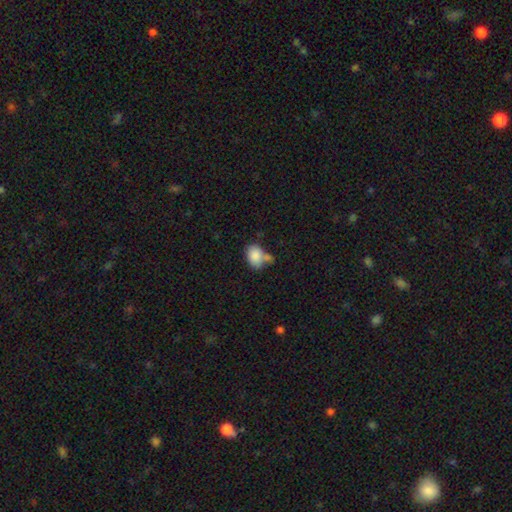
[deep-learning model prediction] This is clearly a smooth galaxy (84%). How rounded: likely in between (75%). Merging: marginally none (43%).